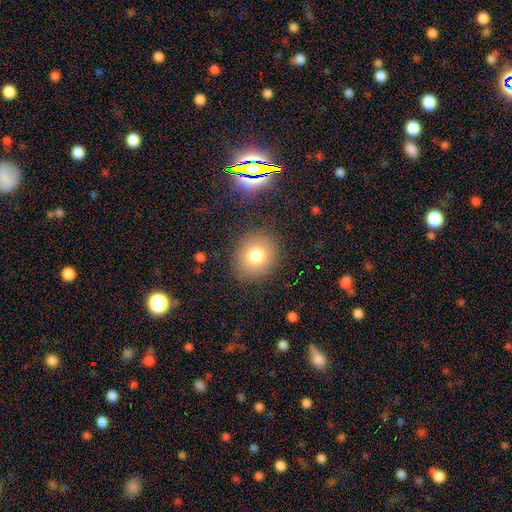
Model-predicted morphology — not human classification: A smooth galaxy with no disk features (75%) that is round (77%).

Vote fractions:
- Smooth or featured? smooth: 75% / star or artifact: 13% / featured or disk: 12%
- How rounded? round: 77% / in between: 22% / cigar-shaped: 1%
- Merging? none: 86% / minor disturbance: 9% / major disturbance: 4% / merger: 2%